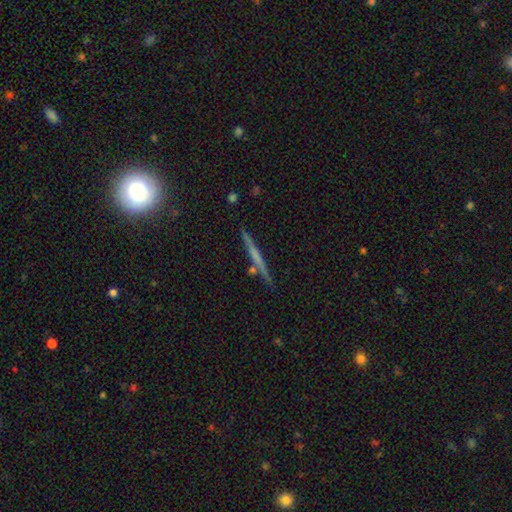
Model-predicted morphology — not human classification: This is possibly a featured or disk galaxy (54%). It is clearly viewed edge-on (97%). Edge-on bulge: likely none (75%). Merging: clearly none (86%).